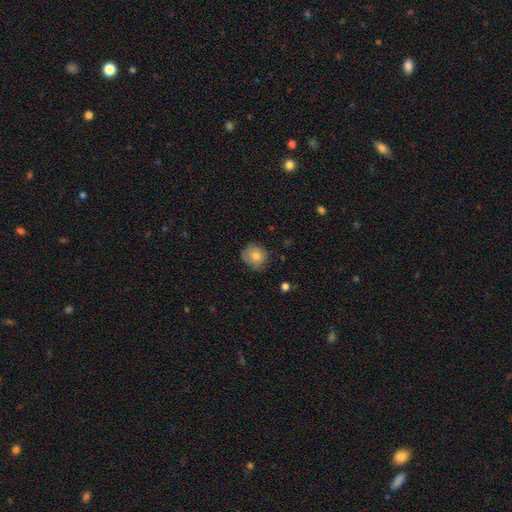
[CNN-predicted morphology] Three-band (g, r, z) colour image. It shows a smooth galaxy with no disk features (75%) that is round (81%). Merging: none (72%).